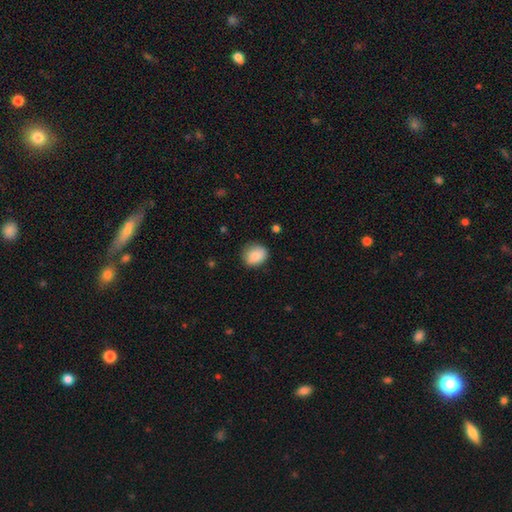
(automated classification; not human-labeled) This is clearly a smooth galaxy (84%). How rounded: likely round (65%). Merging: likely none (80%).